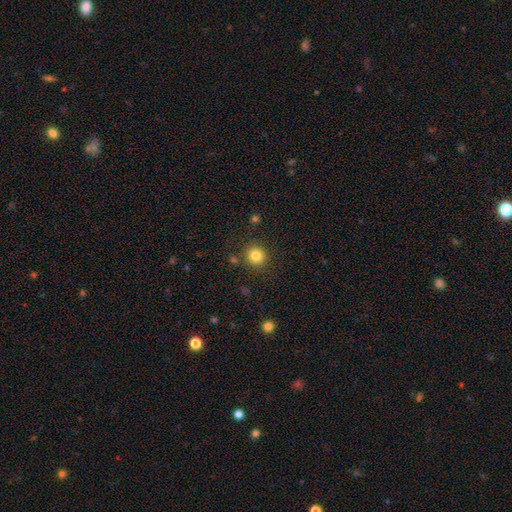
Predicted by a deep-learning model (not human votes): Smooth or featured? Predicted: smooth (p=0.82). How rounded? Predicted: round (p=0.90). Merging? Predicted: none (p=0.87).